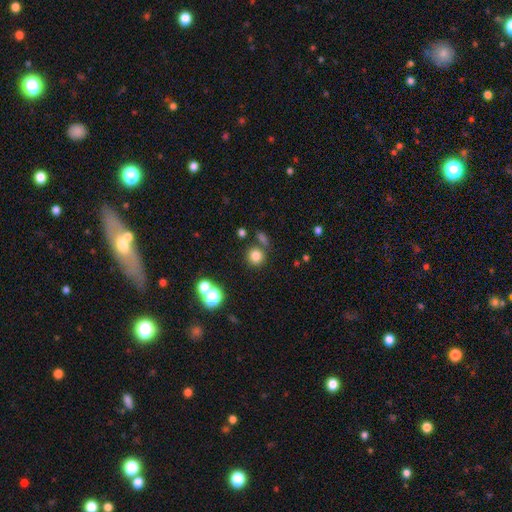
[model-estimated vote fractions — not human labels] Q: Smooth or featured?
A: smooth (78%); runner-up: star or artifact (15%)
Q: How rounded?
A: round (91%); runner-up: in between (8%)
Q: Merging?
A: none (75%); runner-up: merger (12%)